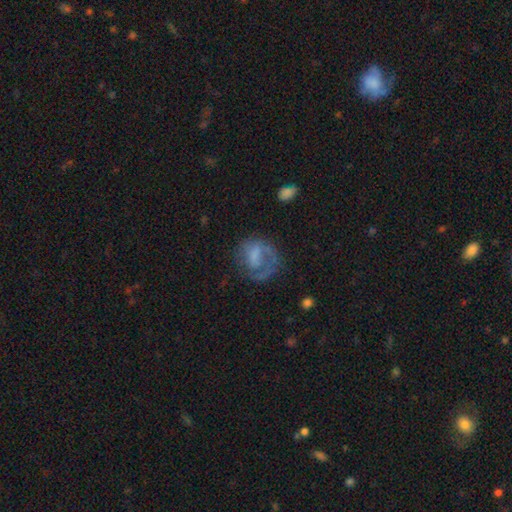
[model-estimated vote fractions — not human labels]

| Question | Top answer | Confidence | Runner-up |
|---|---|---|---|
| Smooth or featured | featured or disk | 54% | smooth (37%) |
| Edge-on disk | no | 97% | yes (3%) |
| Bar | no | 53% | weak (35%) |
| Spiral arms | yes | 63% | no (37%) |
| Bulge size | none | 45% | moderate (22%) |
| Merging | none | 45% | major disturbance (33%) |